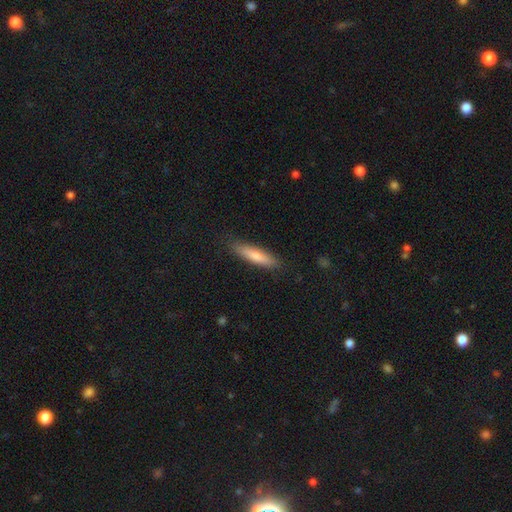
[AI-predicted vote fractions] This appears to be a smooth galaxy with no disk features (72%) that is cigar-shaped (82%). Merging: none (87%).